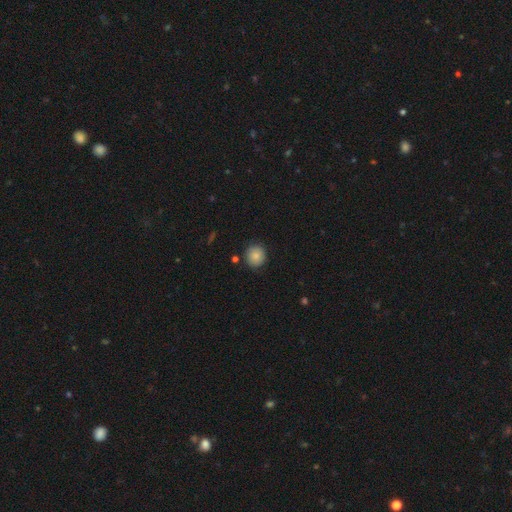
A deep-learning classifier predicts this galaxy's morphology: A smooth galaxy with no disk features (85%) that is round (89%). Merging: none (87%).